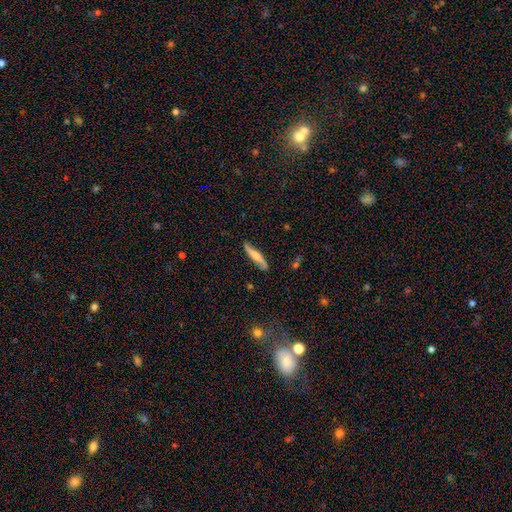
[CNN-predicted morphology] Overall: featured or disk (48%; smooth 46%). Merging: none (80%).